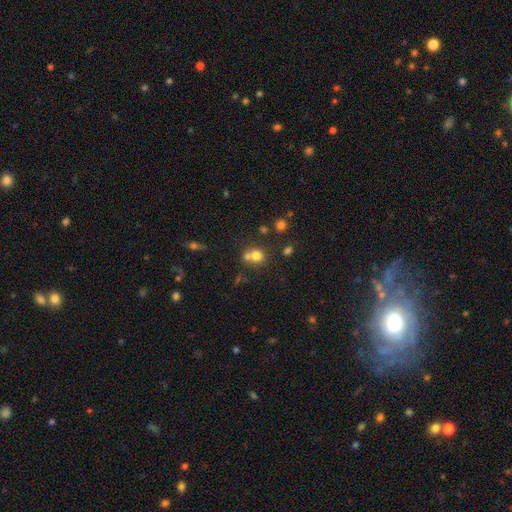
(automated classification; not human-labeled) smooth_or_featured: smooth (p=0.73) [alt: star or artifact p=0.15]
how_rounded: round (p=0.82) [alt: in between p=0.17]
merging: none (p=0.47) [alt: merger p=0.41]